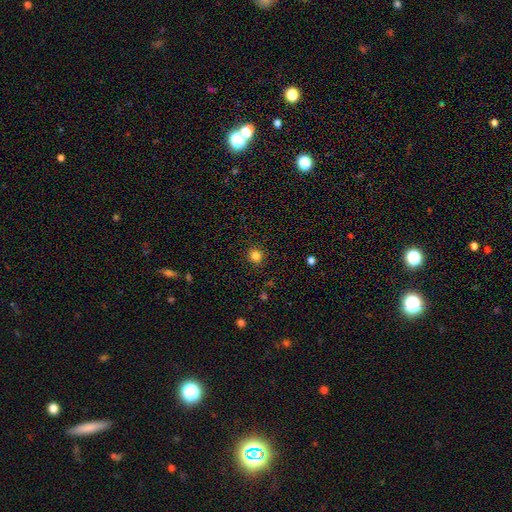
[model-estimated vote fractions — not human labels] A smooth galaxy with no disk features (83%) that is round (91%). Merging: none (91%).